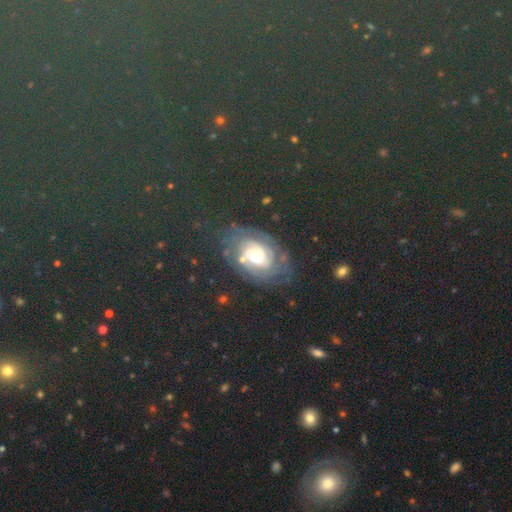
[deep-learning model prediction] Overall: star or artifact (44%; smooth 30%).